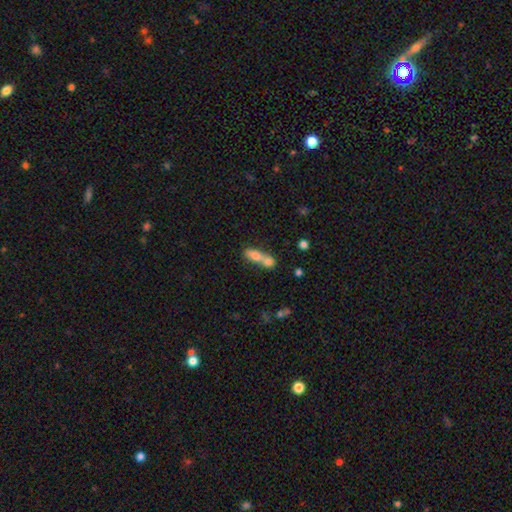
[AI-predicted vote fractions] The model was most divided on "how rounded": in between: 60%, cigar-shaped: 29%, round: 10%. More confident: smooth or featured — smooth (69%); merging — merger (68%).